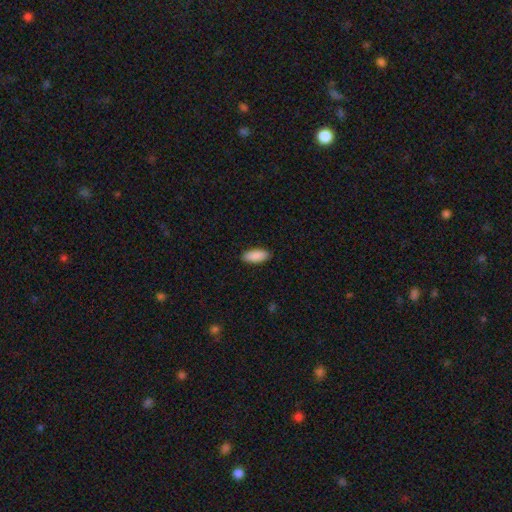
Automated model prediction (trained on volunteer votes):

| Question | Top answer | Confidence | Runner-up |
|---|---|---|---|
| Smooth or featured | smooth | 90% | star or artifact (6%) |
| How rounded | in between | 86% | cigar-shaped (12%) |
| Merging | none | 90% | minor disturbance (8%) |